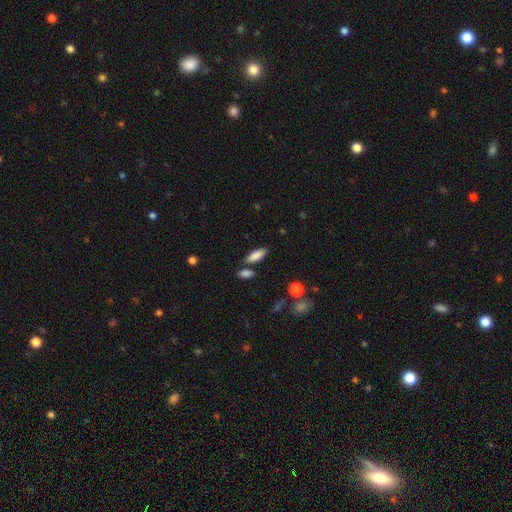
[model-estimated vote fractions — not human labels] This is clearly a smooth galaxy (84%). How rounded: likely in between (64%). Merging: likely none (75%).